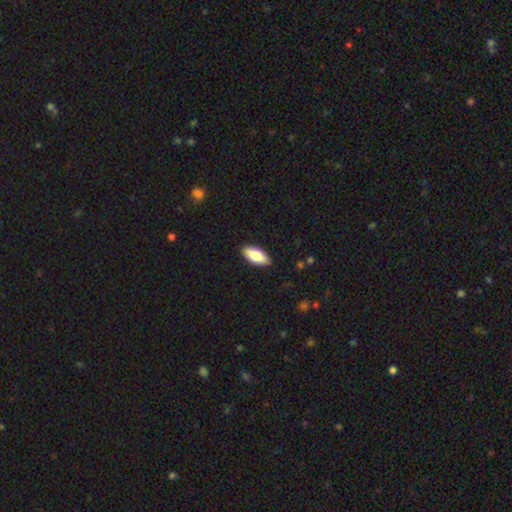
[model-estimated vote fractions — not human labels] This is likely a smooth galaxy (80%). How rounded: clearly in between (86%). Merging: clearly none (89%).